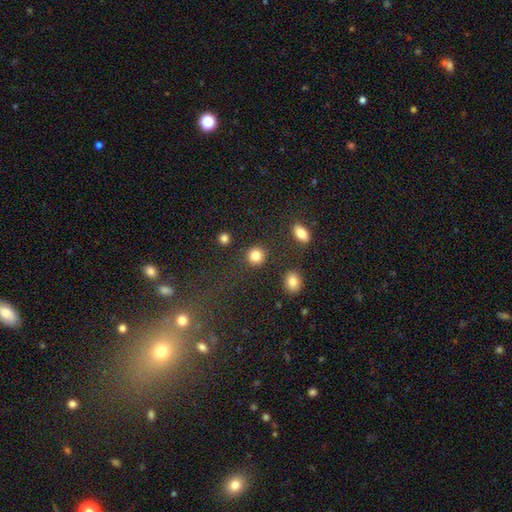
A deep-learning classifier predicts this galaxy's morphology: Overall: smooth (85%). How rounded: round (88%). Merging: none (87%).